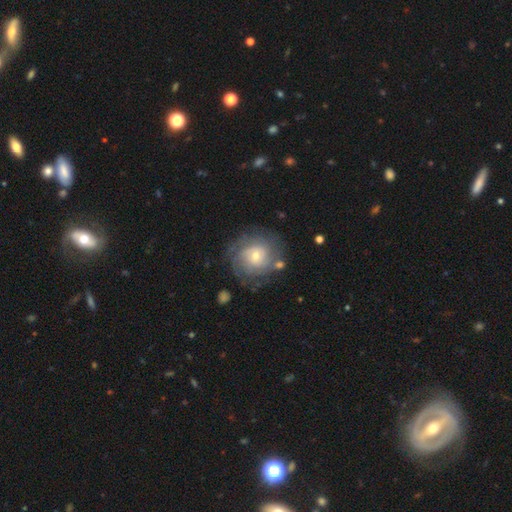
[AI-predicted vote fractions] Smooth or featured: featured or disk — 65% (smooth — 26%)
Edge-on disk: no — 97% (yes — 3%)
Bar: no — 73% (weak — 23%)
Spiral arms: yes — 83% (no — 17%)
Spiral winding: tight — 65% (medium — 25%)
Spiral arm count: can't tell — 49% (2 — 18%)
Bulge size: small — 54% (moderate — 40%)
Merging: none — 75% (minor disturbance — 14%)